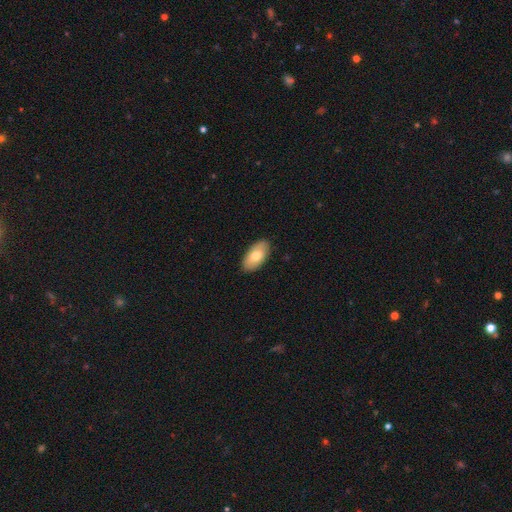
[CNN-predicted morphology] Overall: smooth (73%). How rounded: in between (93%). Merging: none (88%).